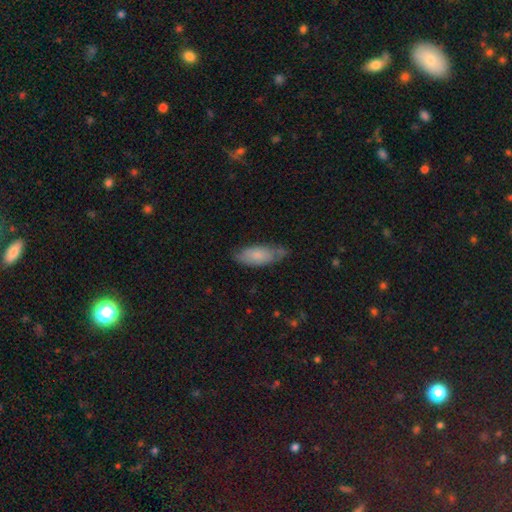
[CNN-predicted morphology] Smooth or featured: smooth — 75% (featured or disk — 19%)
How rounded: in between — 79% (cigar-shaped — 19%)
Merging: none — 59% (minor disturbance — 31%)